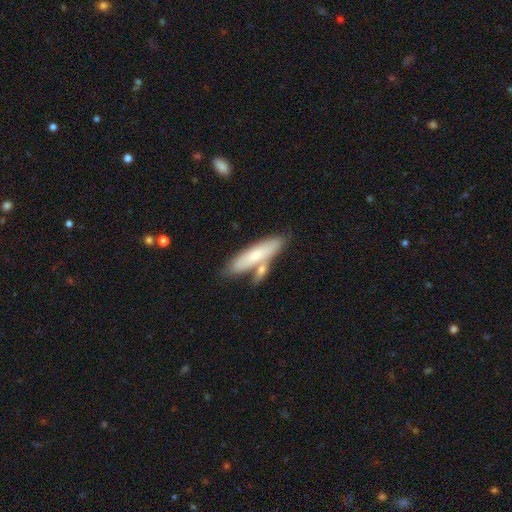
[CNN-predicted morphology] Smooth or featured: smooth — 66% (featured or disk — 29%)
How rounded: cigar-shaped — 68% (in between — 30%)
Merging: none — 58% (merger — 25%)